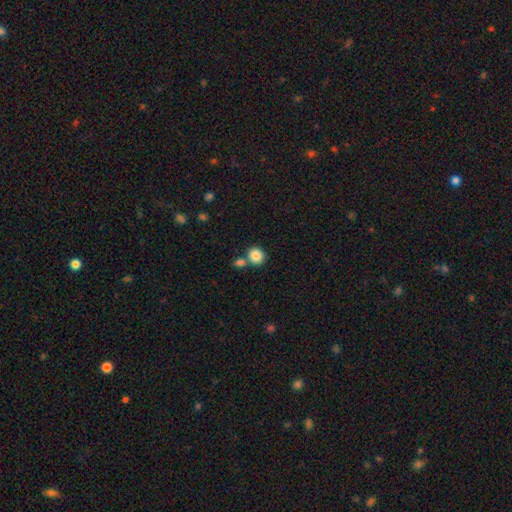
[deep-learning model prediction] Q: Smooth or featured?
A: smooth (85%); runner-up: star or artifact (9%)
Q: How rounded?
A: round (84%); runner-up: in between (15%)
Q: Merging?
A: none (65%); runner-up: merger (24%)